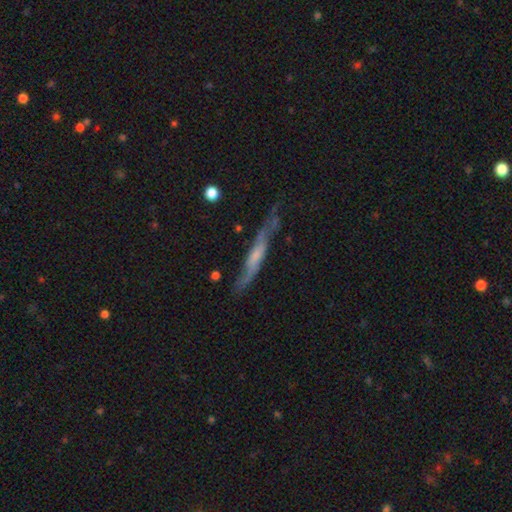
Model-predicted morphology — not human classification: This appears to be a featured or disk galaxy (66%) viewed edge-on (71%). Merging: none (61%).